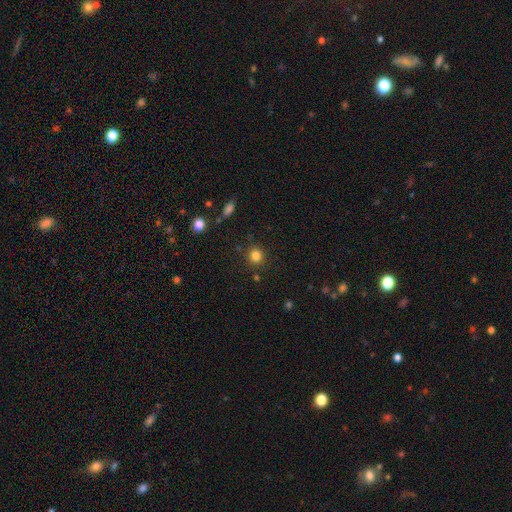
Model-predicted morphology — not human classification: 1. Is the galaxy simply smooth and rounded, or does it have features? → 82% smooth, 13% star or artifact, 5% featured or disk.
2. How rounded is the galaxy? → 90% round, 9% in between, 1% cigar-shaped.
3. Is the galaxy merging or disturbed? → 87% none, 7% minor disturbance, 3% merger, 3% major disturbance.